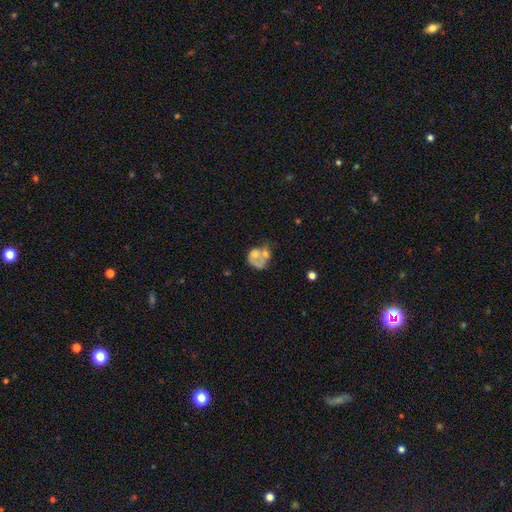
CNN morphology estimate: Smooth or featured? featured or disk (46%)
Merging? merger (42%)